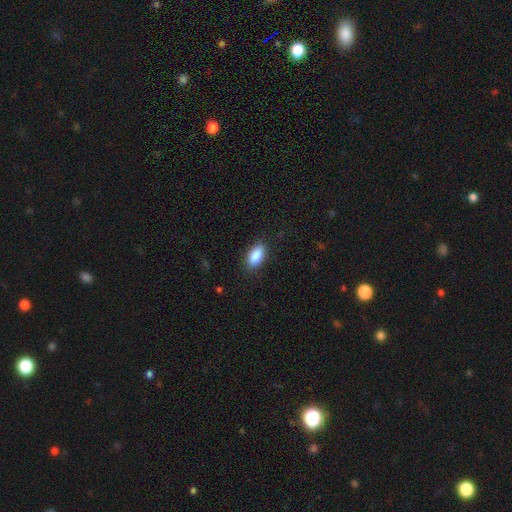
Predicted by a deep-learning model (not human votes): smooth_or_featured: smooth (p=0.88) [alt: star or artifact p=0.07]
how_rounded: in between (p=0.92) [alt: cigar-shaped p=0.05]
merging: none (p=0.86) [alt: minor disturbance p=0.10]